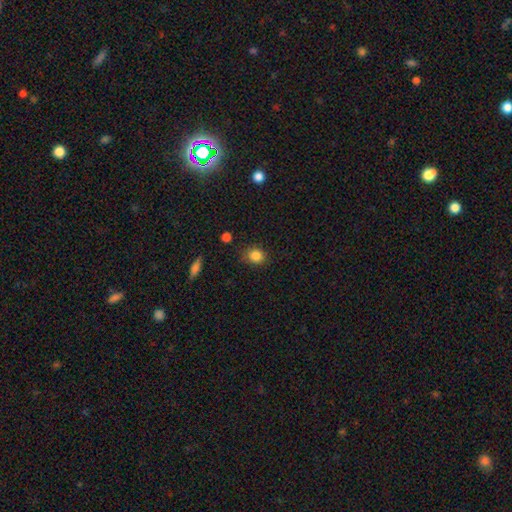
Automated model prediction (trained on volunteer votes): This is clearly a smooth galaxy (85%). How rounded: likely round (69%). Merging: clearly none (81%).